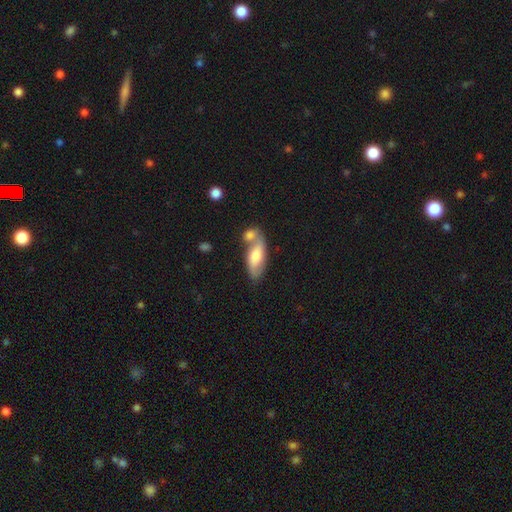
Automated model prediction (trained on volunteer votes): Smooth or featured? Predicted: smooth (p=0.60). How rounded? Predicted: in between (p=0.74). Merging? Predicted: none (p=0.44).